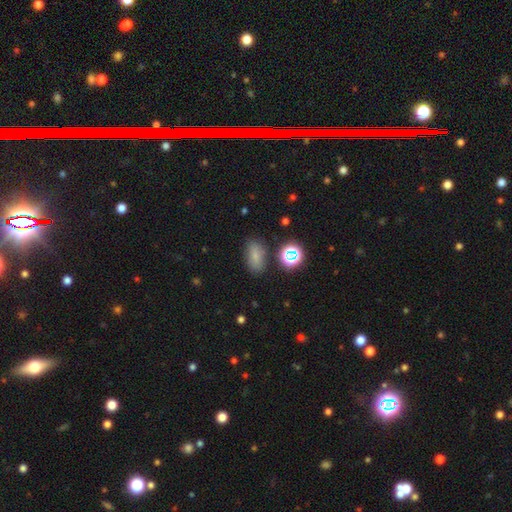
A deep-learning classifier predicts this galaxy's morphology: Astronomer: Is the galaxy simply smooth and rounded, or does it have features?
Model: smooth — 75%.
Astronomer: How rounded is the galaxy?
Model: in between — 85%.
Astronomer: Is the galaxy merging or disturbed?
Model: none — 78%.